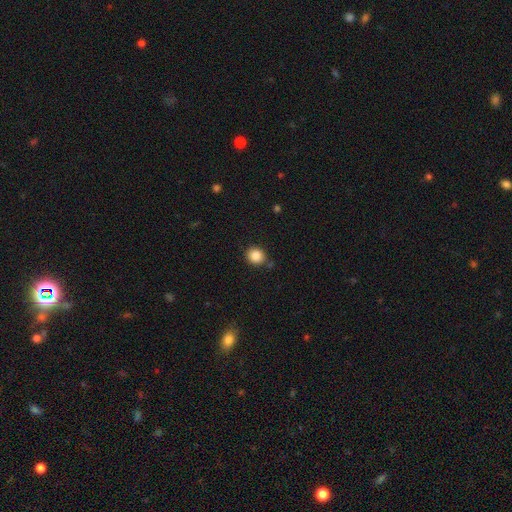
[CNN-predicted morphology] The model was most divided on "how rounded": round: 80%, in between: 19%, cigar-shaped: 1%. More confident: smooth or featured — smooth (86%); merging — none (83%).